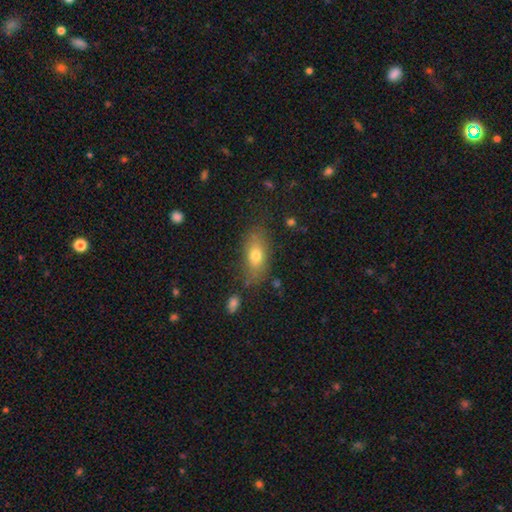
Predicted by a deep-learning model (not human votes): This appears to be a smooth galaxy with no disk features (72%) that is in between round and cigar-shaped (80%). Merging: none (75%).